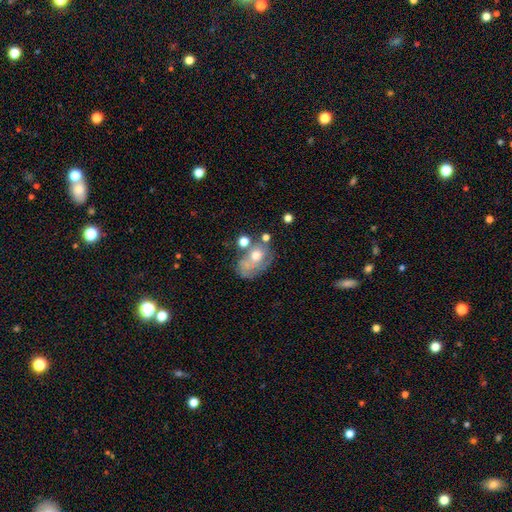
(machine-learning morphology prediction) smooth_or_featured: smooth (p=0.46) [alt: featured or disk p=0.41]
merging: none (p=0.36) [alt: merger p=0.23]